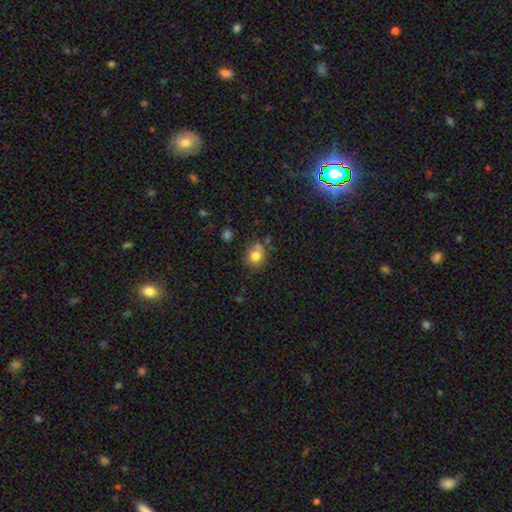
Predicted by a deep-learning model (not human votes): smooth_or_featured: smooth (p=0.78) [alt: star or artifact p=0.12]
how_rounded: round (p=0.74) [alt: in between p=0.25]
merging: none (p=0.64) [alt: minor disturbance p=0.19]